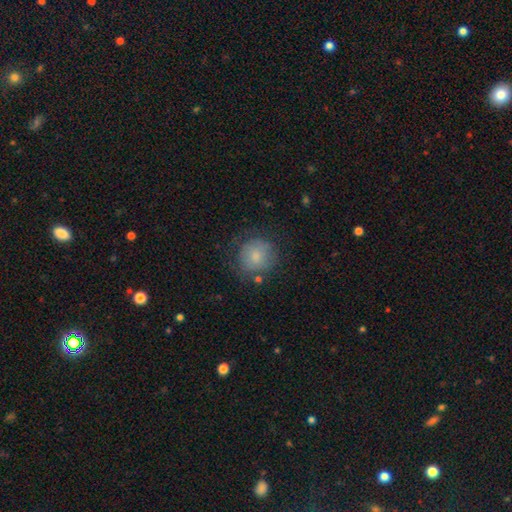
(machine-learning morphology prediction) The model was most divided on "merging": none: 70%, minor disturbance: 19%, major disturbance: 8%, merger: 3%. More confident: how rounded — round (89%); smooth or featured — smooth (77%).